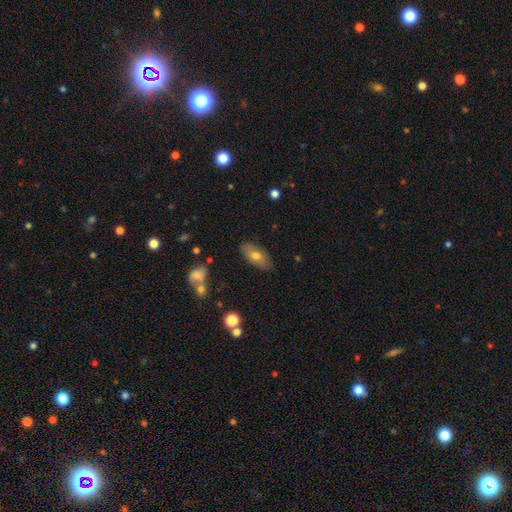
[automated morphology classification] A smooth galaxy with no disk features (66%) that is in between round and cigar-shaped (86%). Merging: none (83%).